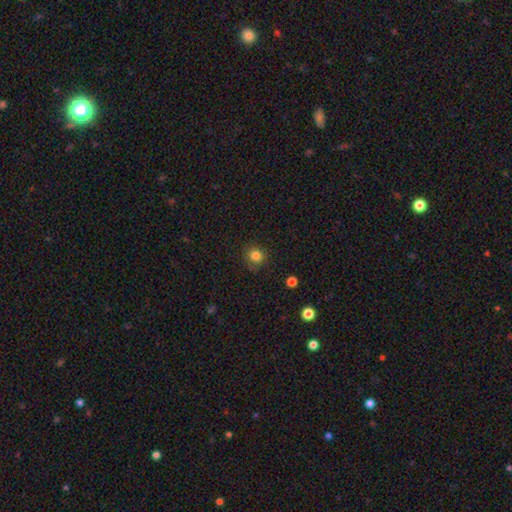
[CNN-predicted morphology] smooth_or_featured: smooth (p=0.82) [alt: star or artifact p=0.12]
how_rounded: round (p=0.86) [alt: in between p=0.13]
merging: none (p=0.83) [alt: minor disturbance p=0.13]